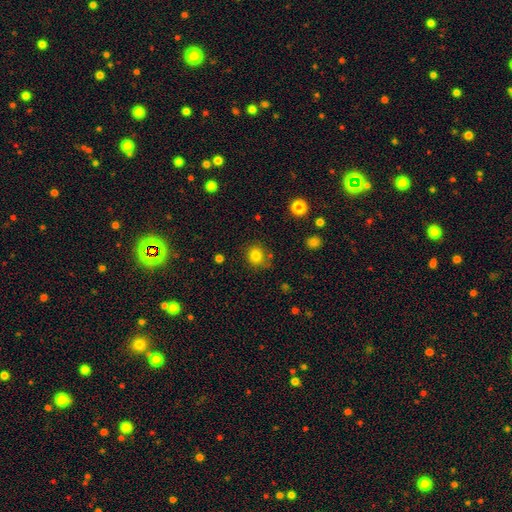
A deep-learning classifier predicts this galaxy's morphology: smooth-or-featured: smooth: 81% | star or artifact: 13% | featured or disk: 6%
  how-rounded: round: 82% | in between: 17% | cigar-shaped: 1%
  merging: none: 75% | minor disturbance: 15% | merger: 5% | major disturbance: 5%